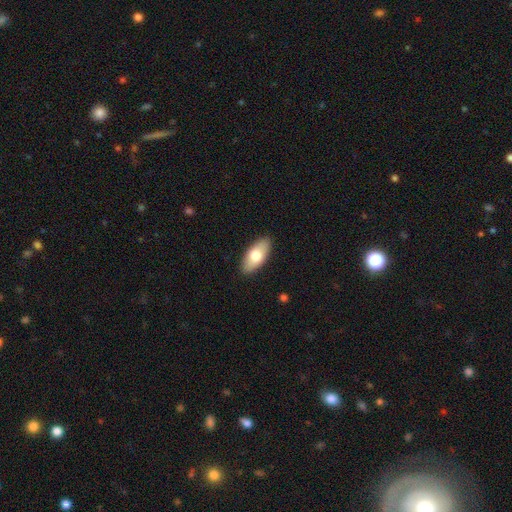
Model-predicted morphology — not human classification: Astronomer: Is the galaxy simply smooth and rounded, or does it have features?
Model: smooth — 74%.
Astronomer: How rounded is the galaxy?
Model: in between — 88%.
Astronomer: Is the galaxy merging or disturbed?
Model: none — 89%.